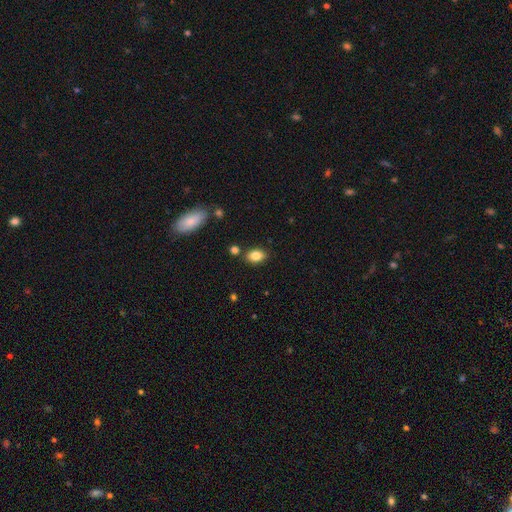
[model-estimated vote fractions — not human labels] Smooth or featured?
  - smooth: 84% *
  - star or artifact: 9%
  - featured or disk: 7%
How rounded?
  - in between: 84% *
  - round: 14%
  - cigar-shaped: 2%
Merging?
  - none: 82% *
  - minor disturbance: 11%
  - merger: 5%
  - major disturbance: 2%